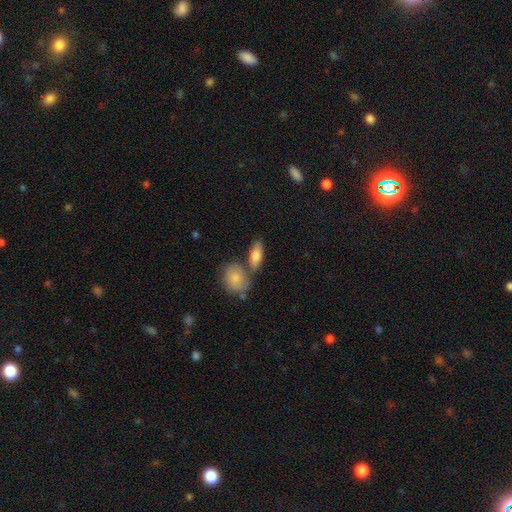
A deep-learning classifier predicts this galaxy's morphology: Q: Smooth or featured?
A: smooth (79%); runner-up: featured or disk (15%)
Q: How rounded?
A: in between (77%); runner-up: cigar-shaped (17%)
Q: Merging?
A: none (55%); runner-up: merger (28%)